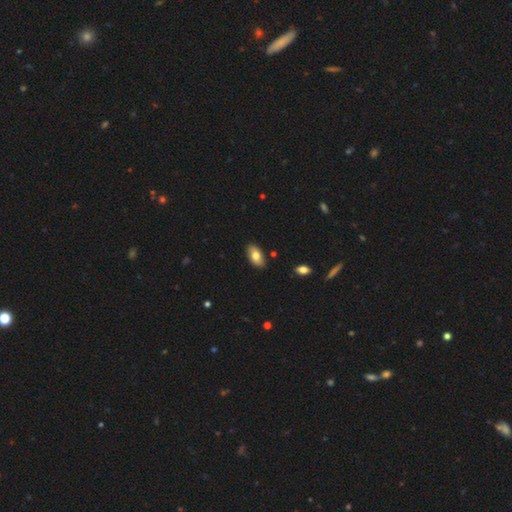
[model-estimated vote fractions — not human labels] Q: Smooth or featured?
A: smooth (79%); runner-up: featured or disk (14%)
Q: How rounded?
A: in between (94%); runner-up: round (3%)
Q: Merging?
A: none (87%); runner-up: minor disturbance (9%)